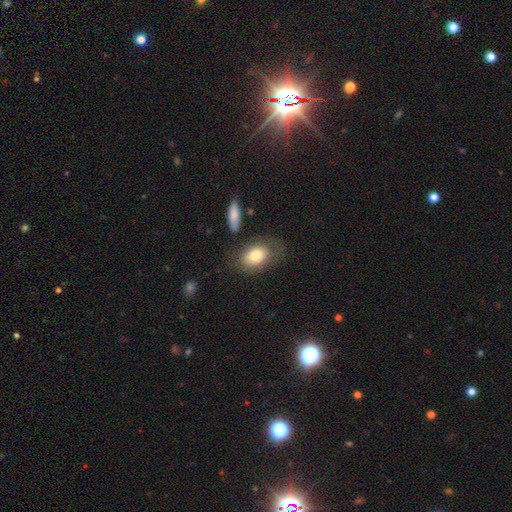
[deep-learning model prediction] This appears to be a smooth galaxy with no disk features (77%) that is in between round and cigar-shaped (83%). Merging: none (64%).